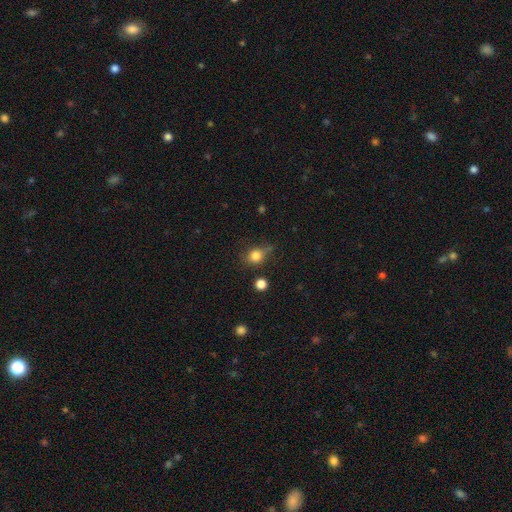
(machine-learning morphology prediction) This is likely a smooth galaxy (79%). How rounded: likely round (75%). Merging: possibly none (56%).